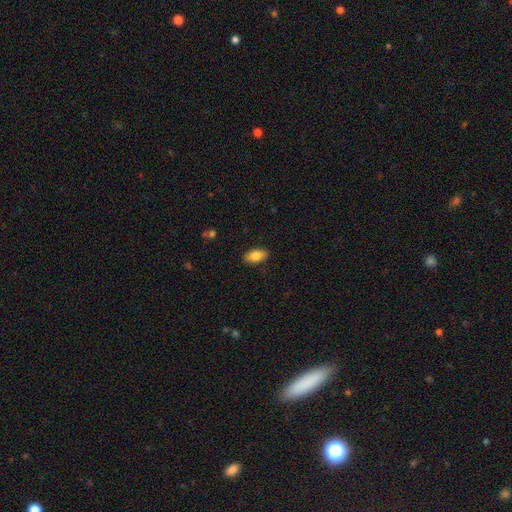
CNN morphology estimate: A smooth galaxy with no disk features (84%) that is in between round and cigar-shaped (92%).

Vote fractions:
- Smooth or featured? smooth: 84% / featured or disk: 9% / star or artifact: 7%
- How rounded? in between: 92% / cigar-shaped: 5% / round: 3%
- Merging? none: 88% / minor disturbance: 9% / major disturbance: 2% / merger: 1%